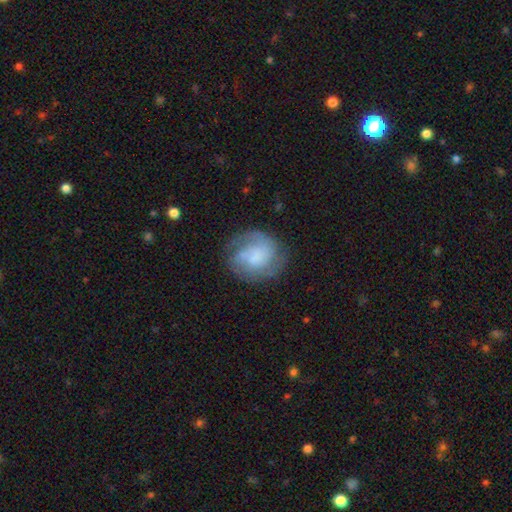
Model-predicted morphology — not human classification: Overall: featured or disk (64%; smooth 28%). Edge-on disk: no (98%). Bar: no (61%; weak 32%). Spiral arms: yes (89%). Spiral arm count: 2 (39%; can't tell 27%). Spiral winding: tight (46%; medium 39%). Bulge size: small (30%; moderate 26%). Merging: none (71%).